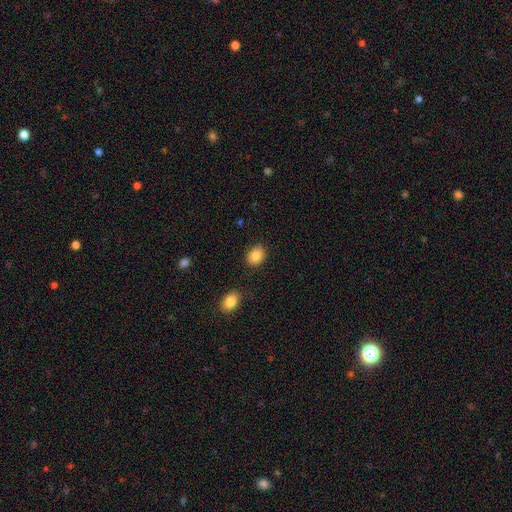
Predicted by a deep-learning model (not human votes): Q: Smooth or featured?
A: smooth (85%); runner-up: star or artifact (9%)
Q: How rounded?
A: round (50%); runner-up: in between (49%)
Q: Merging?
A: none (84%); runner-up: minor disturbance (11%)